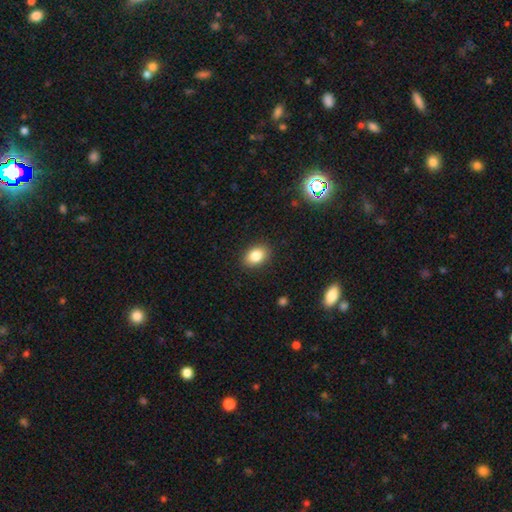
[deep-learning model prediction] Smooth or featured? Predicted: smooth (p=0.84). How rounded? Predicted: in between (p=0.80). Merging? Predicted: none (p=0.88).